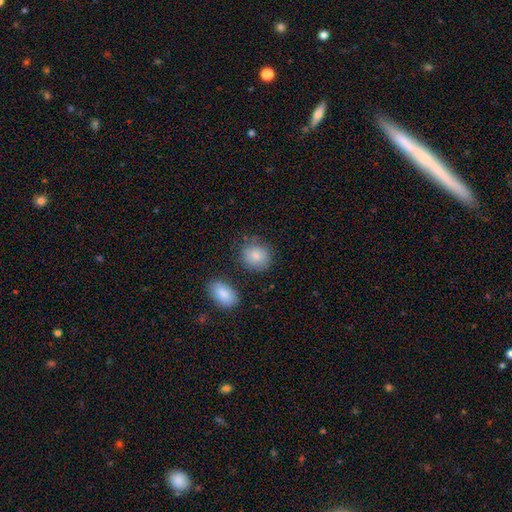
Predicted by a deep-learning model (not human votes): Smooth or featured? smooth (84%)
How rounded? round (74%)
Merging? none (76%)